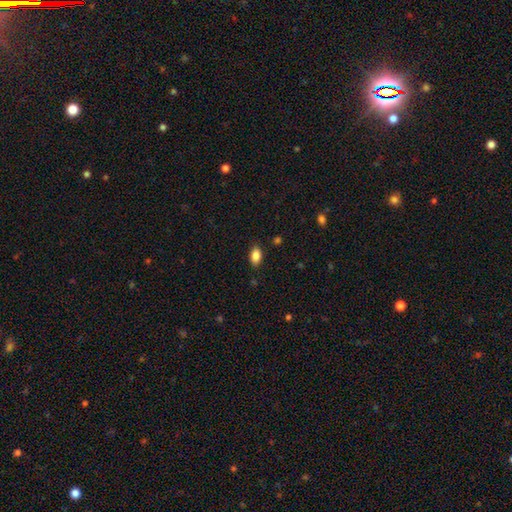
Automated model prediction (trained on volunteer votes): The model was most divided on "merging": none: 86%, minor disturbance: 10%, major disturbance: 2%, merger: 1%. More confident: how rounded — in between (90%); smooth or featured — smooth (87%).